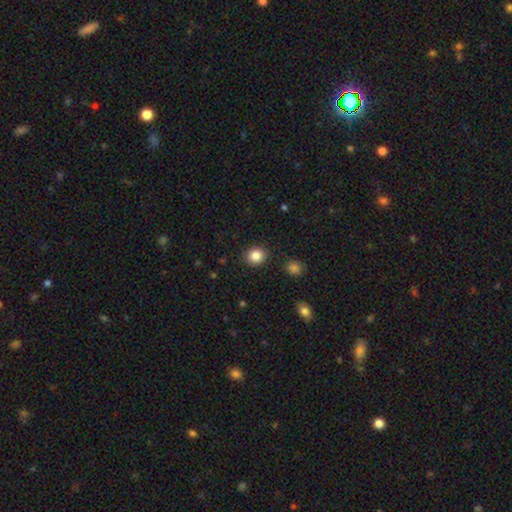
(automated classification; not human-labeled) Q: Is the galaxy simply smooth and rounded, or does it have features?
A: smooth — 85%.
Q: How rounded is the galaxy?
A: round — 80%.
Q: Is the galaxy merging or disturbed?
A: none — 90%.